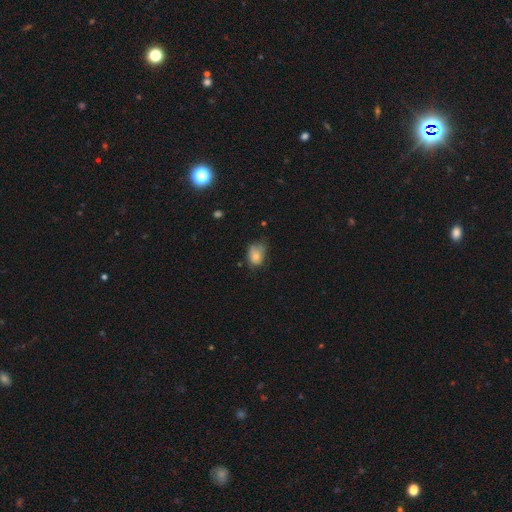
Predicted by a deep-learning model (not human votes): A smooth galaxy with no disk features (75%) that is in between round and cigar-shaped (70%).

Vote fractions:
- Smooth or featured? smooth: 75% / featured or disk: 15% / star or artifact: 10%
- How rounded? in between: 70% / round: 28% / cigar-shaped: 1%
- Merging? minor disturbance: 39% (tied) / none: 39% (tied) / major disturbance: 18% / merger: 4%